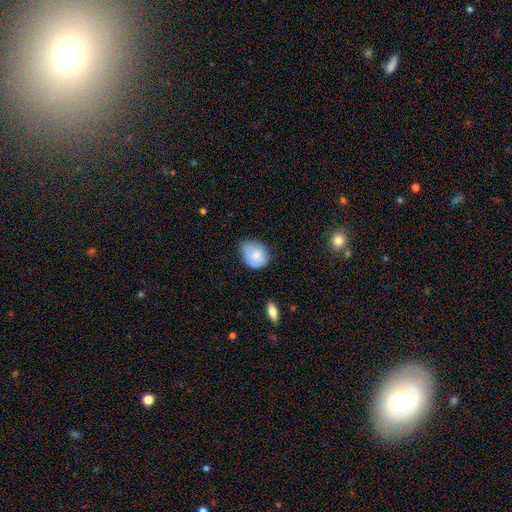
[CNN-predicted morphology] A smooth galaxy with no disk features (77%) that is in between round and cigar-shaped (52%).

Vote fractions:
- Smooth or featured? smooth: 77% / featured or disk: 16% / star or artifact: 7%
- How rounded? in between: 52% / round: 47% / cigar-shaped: 1%
- Merging? none: 58% / minor disturbance: 34% / major disturbance: 6% / merger: 2%